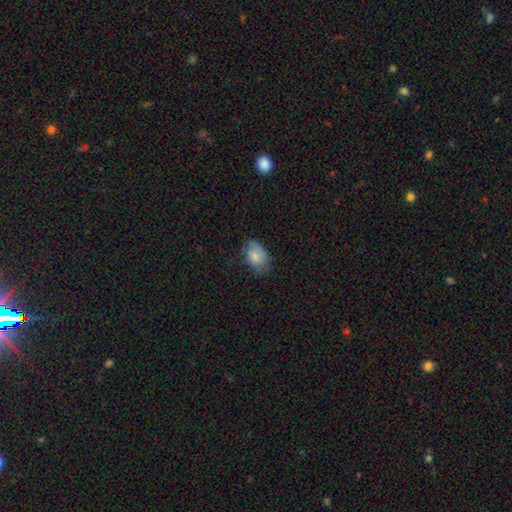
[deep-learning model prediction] This is likely a smooth galaxy (69%). How rounded: clearly in between (87%). Merging: possibly none (58%).